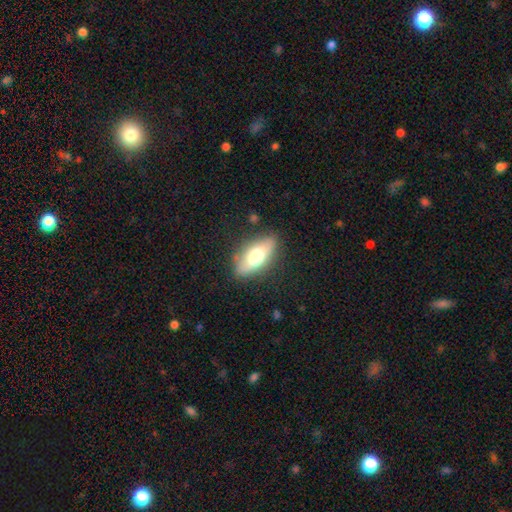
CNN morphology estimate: Q: Smooth or featured?
A: smooth (63%); runner-up: featured or disk (30%)
Q: How rounded?
A: in between (79%); runner-up: cigar-shaped (17%)
Q: Merging?
A: none (82%); runner-up: minor disturbance (13%)